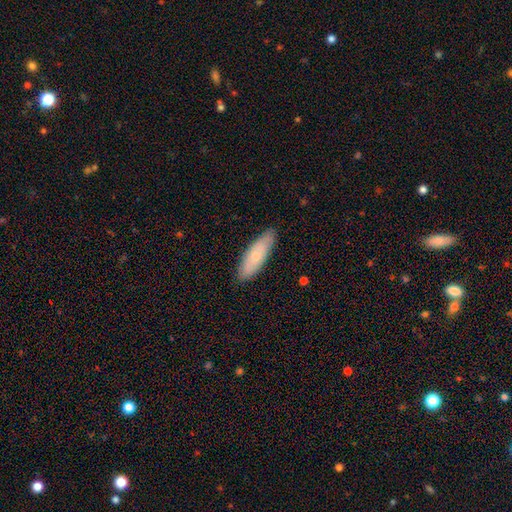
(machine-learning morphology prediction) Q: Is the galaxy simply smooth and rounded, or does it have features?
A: smooth — 69%.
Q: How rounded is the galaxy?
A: in between — 51%.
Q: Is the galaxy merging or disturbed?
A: none — 84%.